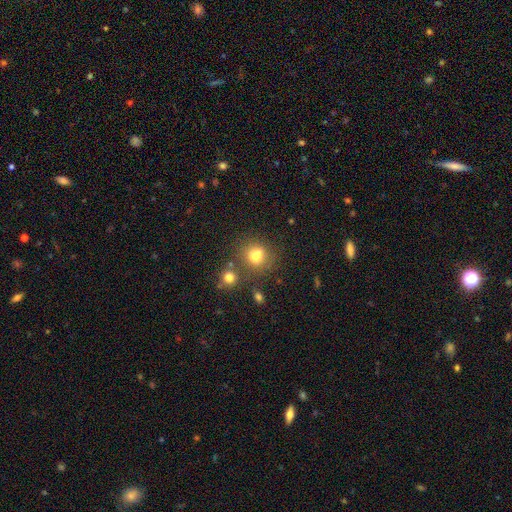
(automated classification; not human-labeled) Smooth or featured? Predicted: smooth (p=0.72). How rounded? Predicted: round (p=0.77). Merging? Predicted: none (p=0.51).